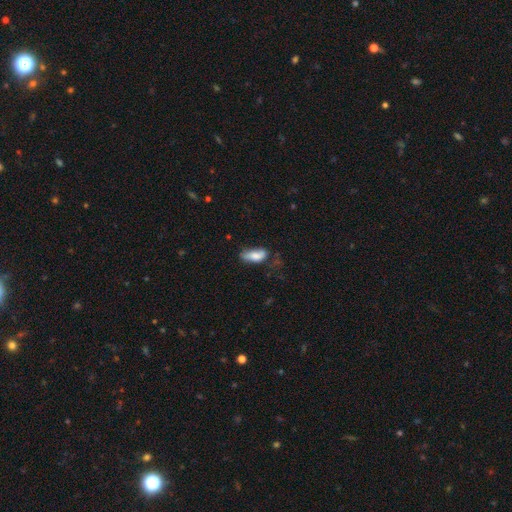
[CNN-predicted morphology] This is likely a smooth galaxy (76%). How rounded: clearly in between (81%). Merging: marginally none (41%).